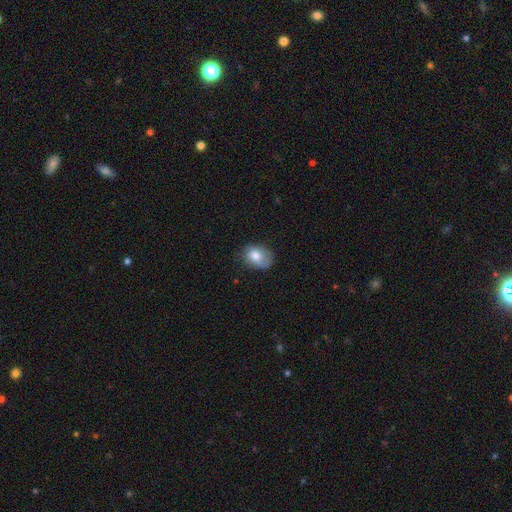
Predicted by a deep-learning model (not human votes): Morphology: type=smooth (73%); roundness=in between (65%); merging=none (61%).